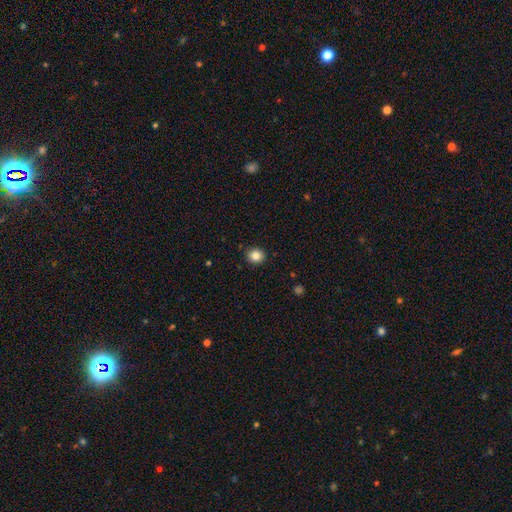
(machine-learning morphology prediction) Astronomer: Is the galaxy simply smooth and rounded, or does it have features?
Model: smooth — 83%.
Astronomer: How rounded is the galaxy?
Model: round — 85%.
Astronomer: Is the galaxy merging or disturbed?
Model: none — 91%.